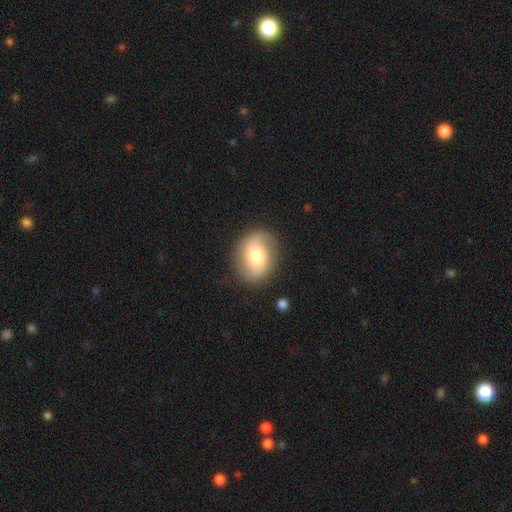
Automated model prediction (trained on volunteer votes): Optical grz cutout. It shows a featured or disk galaxy (54%) with no bar (53%), spiral arms (84%) and a moderate central bulge (67%). Merging: none (84%).